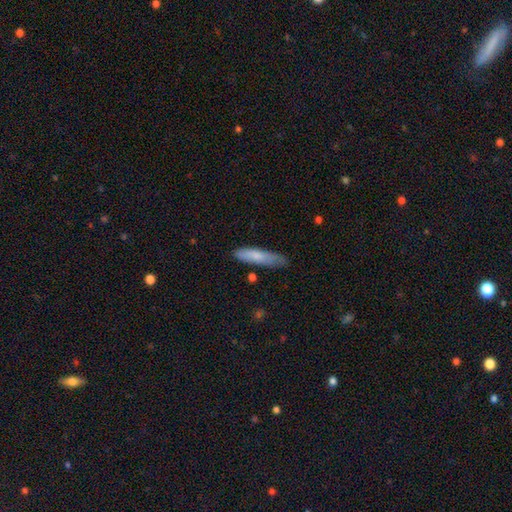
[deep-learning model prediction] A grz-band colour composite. It shows a smooth galaxy with no disk features (76%) that is cigar-shaped (79%). Merging: none (66%).